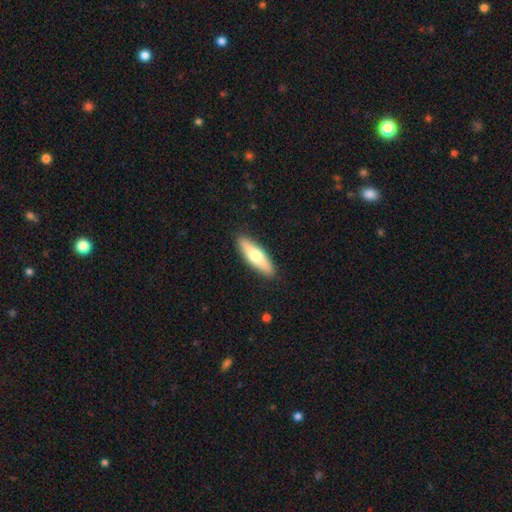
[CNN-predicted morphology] Smooth or featured? smooth (63%)
How rounded? cigar-shaped (61%)
Merging? none (90%)